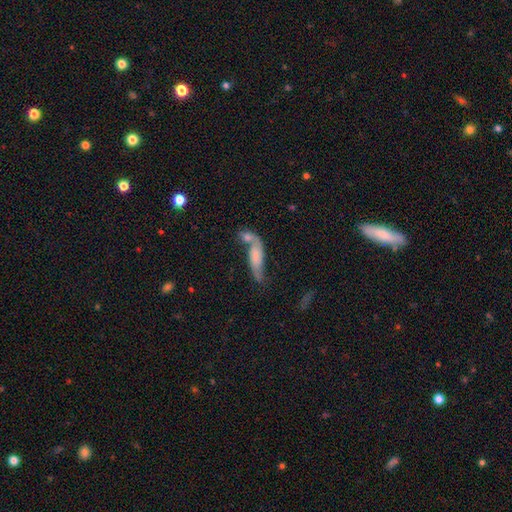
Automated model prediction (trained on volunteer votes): Q: Smooth or featured?
A: smooth (49%); runner-up: featured or disk (43%)
Q: Merging?
A: merger (49%); runner-up: none (29%)